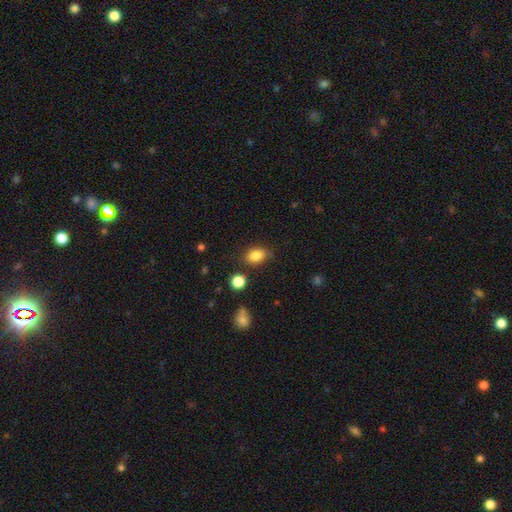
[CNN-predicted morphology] A smooth galaxy with no disk features (85%) that is in between round and cigar-shaped (82%).

Vote fractions:
- Smooth or featured? smooth: 85% / star or artifact: 9% / featured or disk: 6%
- How rounded? in between: 82% / round: 16% / cigar-shaped: 2%
- Merging? none: 79% / minor disturbance: 14% / merger: 4% / major disturbance: 3%